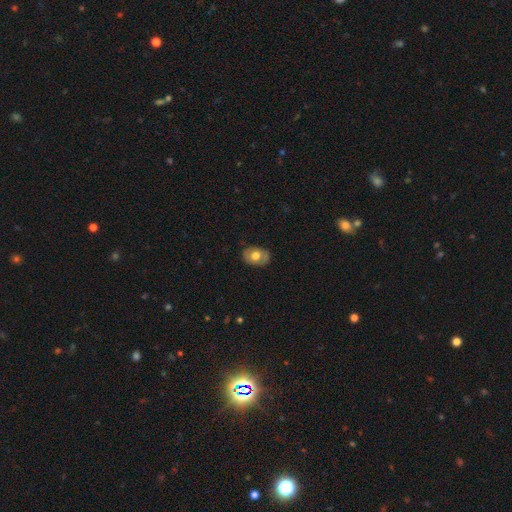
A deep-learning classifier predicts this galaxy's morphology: smooth_or_featured: smooth (p=0.59) [alt: featured or disk p=0.34]
how_rounded: in between (p=0.74) [alt: round p=0.25]
merging: none (p=0.81) [alt: minor disturbance p=0.15]